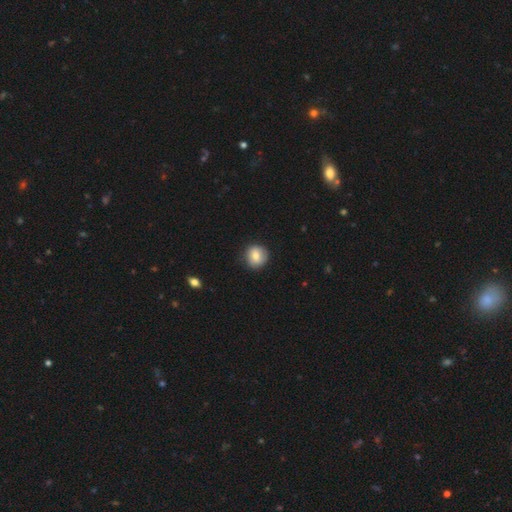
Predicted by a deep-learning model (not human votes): Smooth or featured: smooth — 77% (featured or disk — 15%)
How rounded: round — 90% (in between — 9%)
Merging: none — 84% (minor disturbance — 12%)